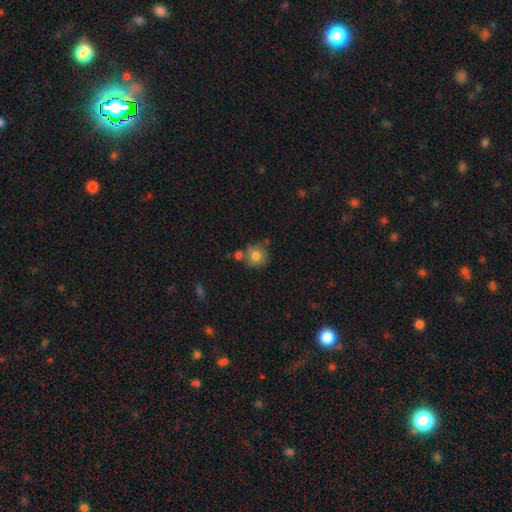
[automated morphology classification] A smooth galaxy with no disk features (78%) that is round (88%). Merging: none (64%).